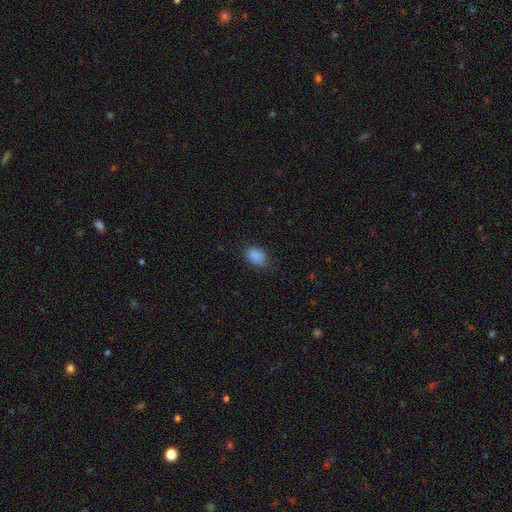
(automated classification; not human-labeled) smooth-or-featured: smooth: 88% | star or artifact: 9% | featured or disk: 3%
  how-rounded: in between: 74% | round: 25% | cigar-shaped: 1%
  merging: none: 78% | minor disturbance: 17% | major disturbance: 4% | merger: 1%